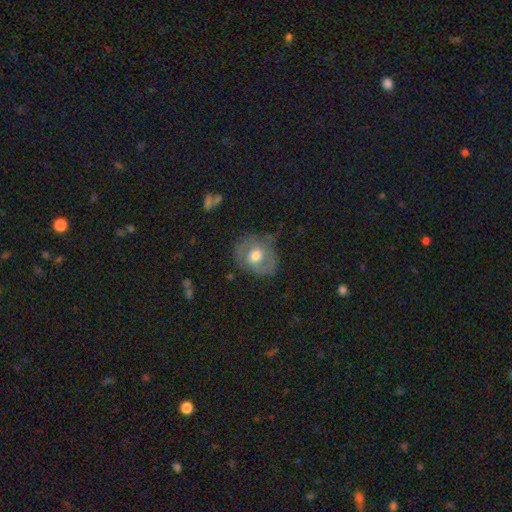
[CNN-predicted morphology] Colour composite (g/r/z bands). It shows a featured or disk galaxy (48%). Merging: none (60%).